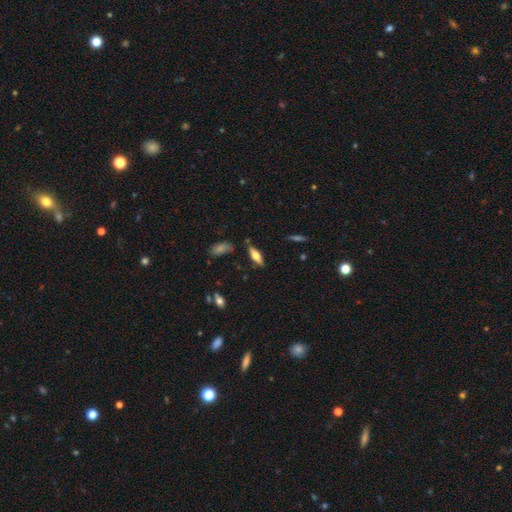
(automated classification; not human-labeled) Smooth or featured: featured or disk — 47% (smooth — 45%)
Merging: none — 81% (minor disturbance — 12%)